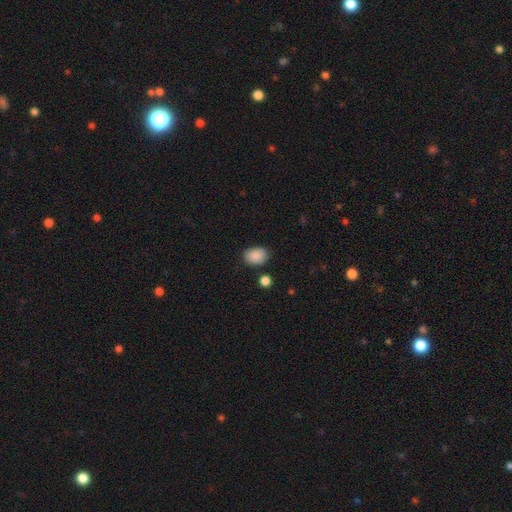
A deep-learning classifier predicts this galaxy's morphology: Smooth or featured: smooth — 88% (star or artifact — 7%)
How rounded: in between — 76% (round — 23%)
Merging: none — 81% (minor disturbance — 12%)